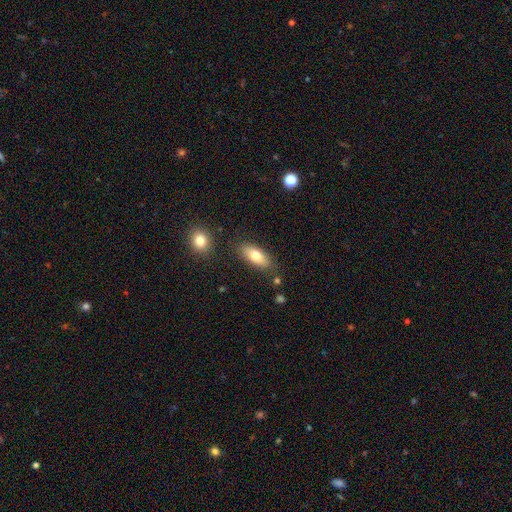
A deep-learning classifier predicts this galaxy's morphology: type=smooth (75%); roundness=in between (81%); merging=none (81%).